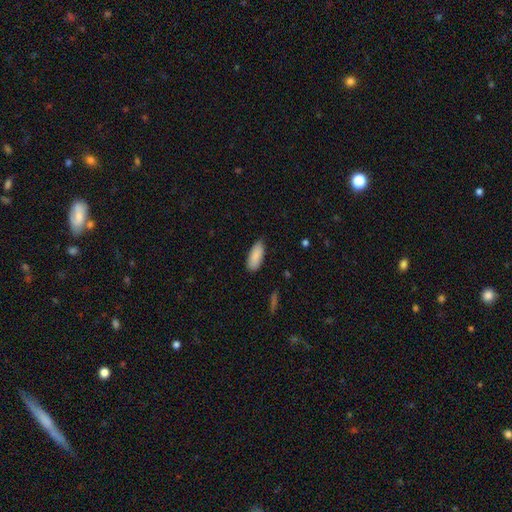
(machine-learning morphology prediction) A smooth galaxy with no disk features (89%) that is in between round and cigar-shaped (83%). Merging: none (78%).